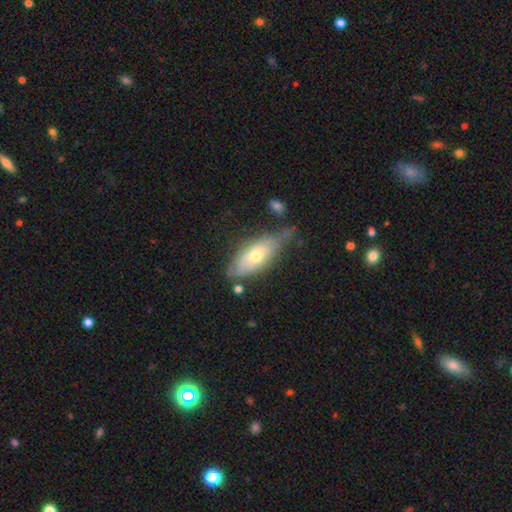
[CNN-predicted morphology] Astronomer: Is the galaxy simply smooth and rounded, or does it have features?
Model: smooth — 56% (runner-up: featured or disk, 38%).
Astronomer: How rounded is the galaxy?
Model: in between — 72%.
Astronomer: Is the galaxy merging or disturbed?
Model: none — 58%.